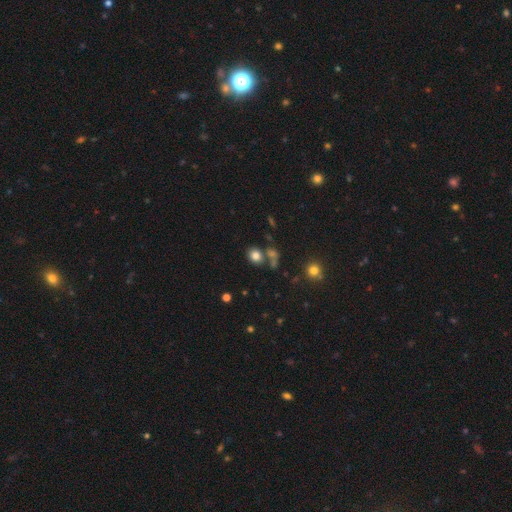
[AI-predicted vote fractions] Smooth or featured?
  - smooth: 79% *
  - star or artifact: 13%
  - featured or disk: 8%
How rounded?
  - round: 63% *
  - in between: 36%
  - cigar-shaped: 1%
Merging?
  - none: 64% *
  - merger: 20%
  - minor disturbance: 11%
  - major disturbance: 5%